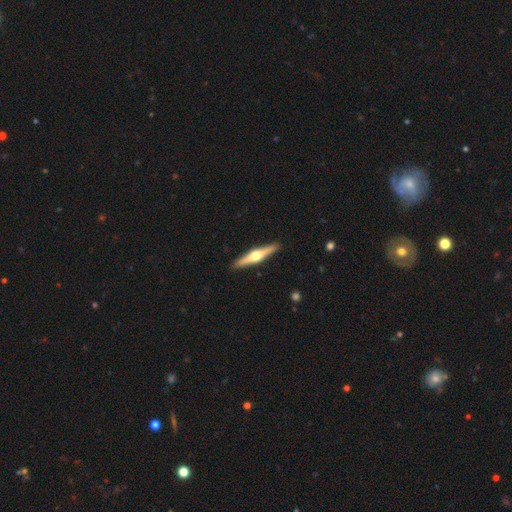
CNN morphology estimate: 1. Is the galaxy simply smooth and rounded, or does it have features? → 74% featured or disk, 21% smooth, 5% star or artifact.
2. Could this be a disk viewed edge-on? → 98% yes, 2% no.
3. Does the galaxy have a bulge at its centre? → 96% rounded, 3% boxy, 2% none.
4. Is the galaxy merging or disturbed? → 92% none, 6% minor disturbance, 1% major disturbance, 1% merger.